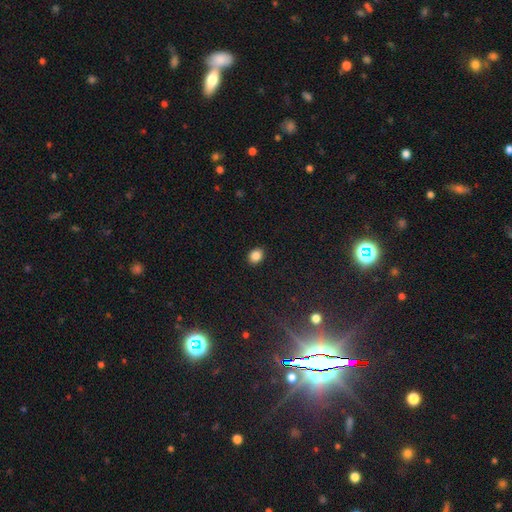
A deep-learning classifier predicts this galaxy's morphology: Smooth or featured? smooth (86%)
How rounded? in between (53%)
Merging? none (90%)